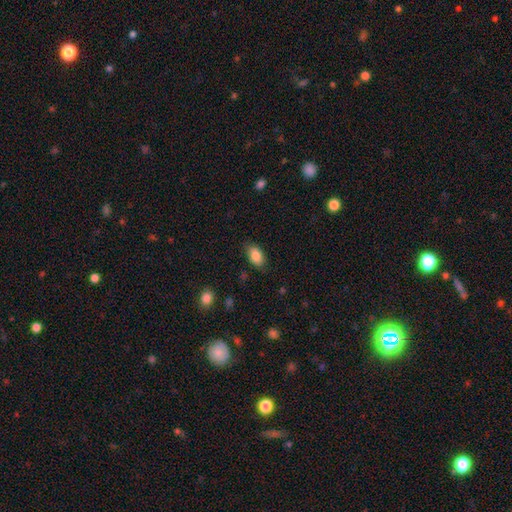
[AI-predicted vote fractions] Overall: smooth (86%). How rounded: in between (91%). Merging: none (82%).